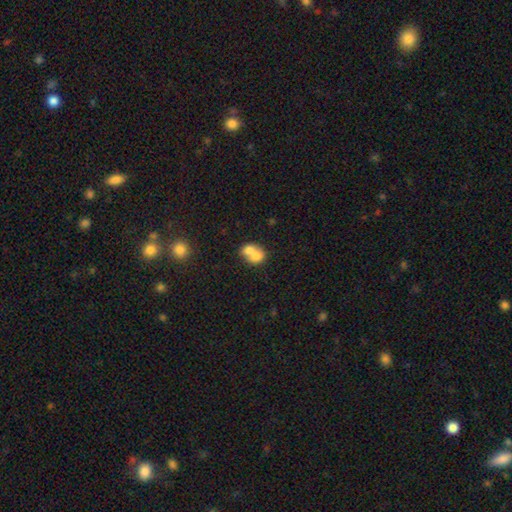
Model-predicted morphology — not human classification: smooth-or-featured: smooth: 72% | featured or disk: 20% | star or artifact: 8%
  how-rounded: round: 50% | in between: 49% | cigar-shaped: 1%
  merging: merger: 74% | none: 18% | minor disturbance: 5% | major disturbance: 3%